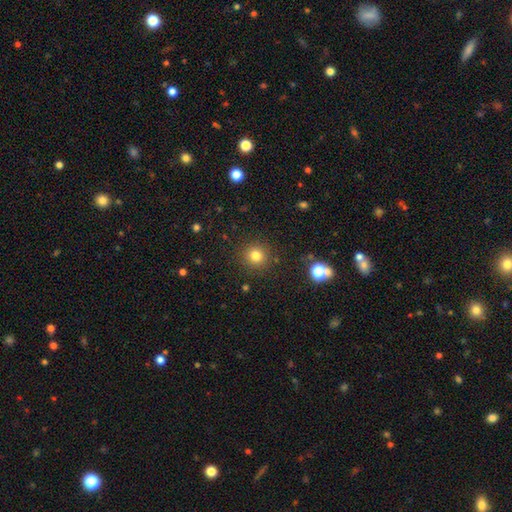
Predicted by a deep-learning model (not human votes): Smooth or featured? smooth (80%)
How rounded? round (92%)
Merging? none (89%)